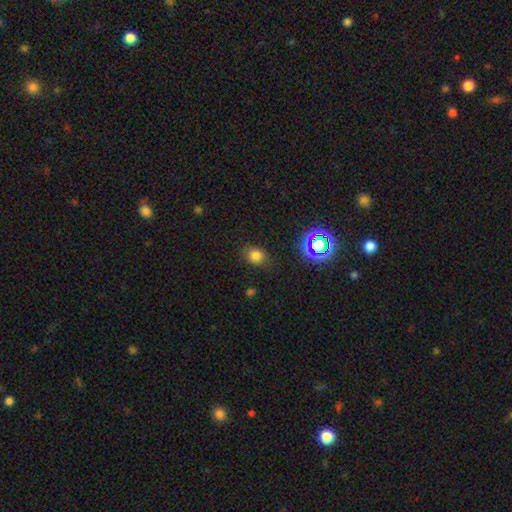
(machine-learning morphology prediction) Smooth or featured?
  - smooth: 76% *
  - star or artifact: 18%
  - featured or disk: 6%
How rounded?
  - round: 56% *
  - in between: 42%
  - cigar-shaped: 1%
Merging?
  - none: 79% *
  - minor disturbance: 15%
  - major disturbance: 4%
  - merger: 2%